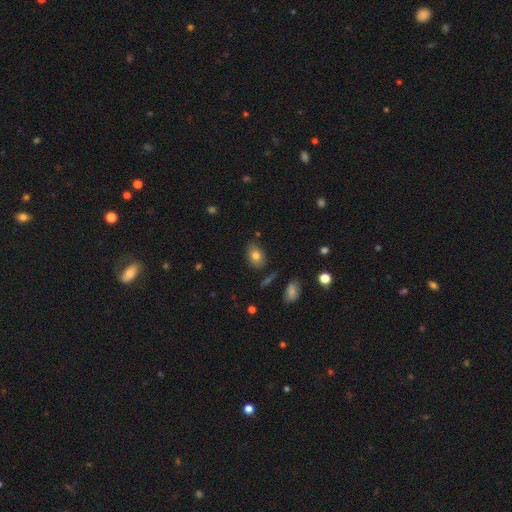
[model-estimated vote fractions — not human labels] Overall: smooth (78%). How rounded: in between (72%). Merging: none (80%).